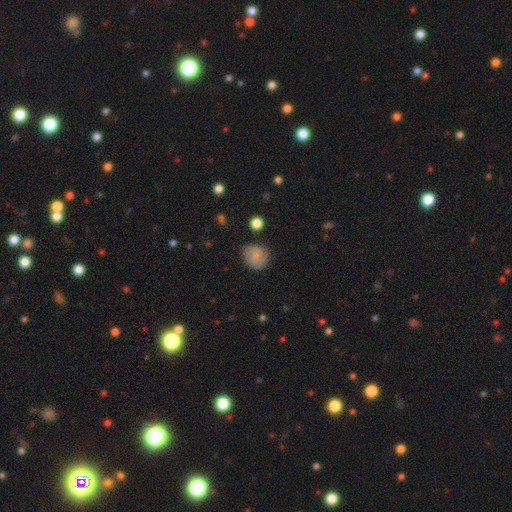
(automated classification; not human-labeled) Overall: smooth (59%; featured or disk 32%). How rounded: round (73%). Merging: none (72%).